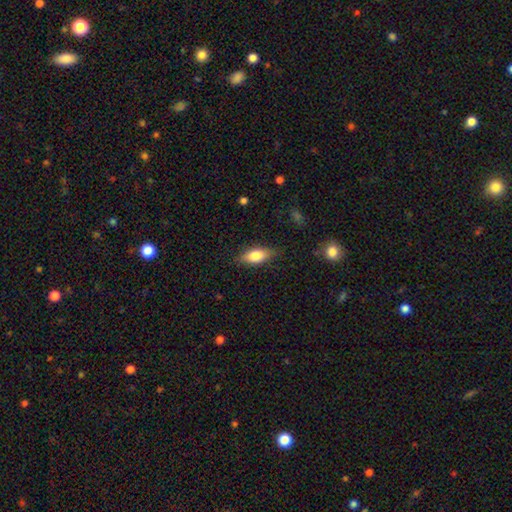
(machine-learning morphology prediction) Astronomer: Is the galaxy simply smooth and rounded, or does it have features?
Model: smooth — 77%.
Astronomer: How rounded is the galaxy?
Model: in between — 81%.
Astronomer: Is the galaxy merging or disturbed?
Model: none — 80%.